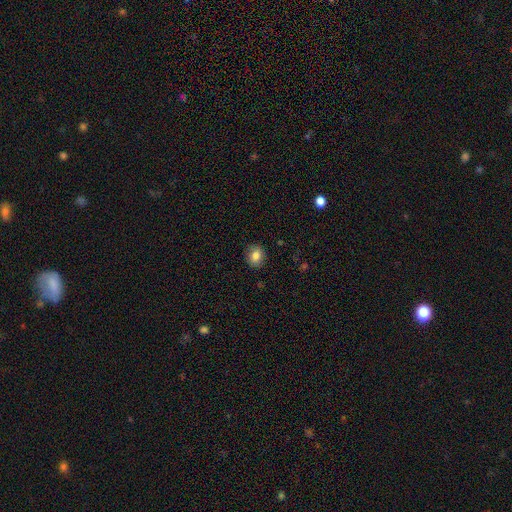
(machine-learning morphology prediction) type=smooth (83%); roundness=round (60%); merging=none (88%).